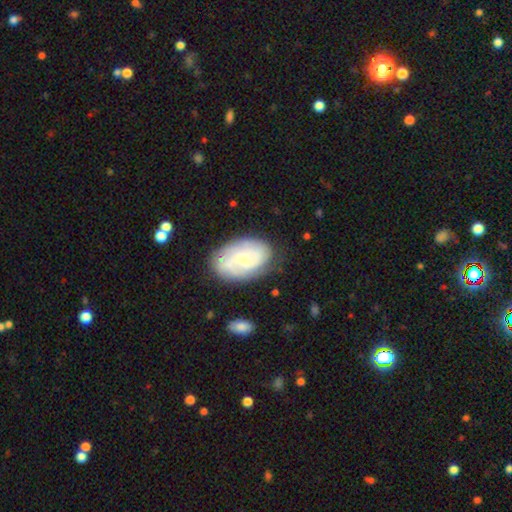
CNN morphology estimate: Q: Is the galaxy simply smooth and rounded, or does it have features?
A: featured or disk — 66%.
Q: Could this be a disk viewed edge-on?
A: no — 97%.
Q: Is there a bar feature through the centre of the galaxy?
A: no — 53%.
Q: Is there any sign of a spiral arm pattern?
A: yes — 85%.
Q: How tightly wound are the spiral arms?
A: tight — 42%.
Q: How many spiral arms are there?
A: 2 — 53%.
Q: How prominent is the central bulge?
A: small — 56%.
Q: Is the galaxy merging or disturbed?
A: none — 71%.